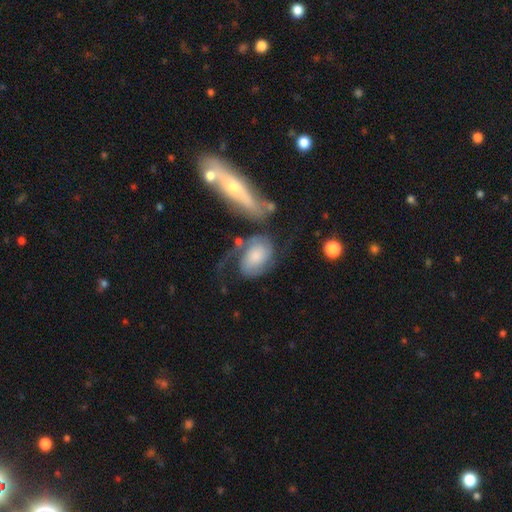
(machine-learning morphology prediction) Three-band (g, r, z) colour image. It shows a featured or disk galaxy (63%) with no bar (71%), 2 (68%) medium (37%) spiral arms (89%) and a small central bulge (40%). Merging: none (36%).